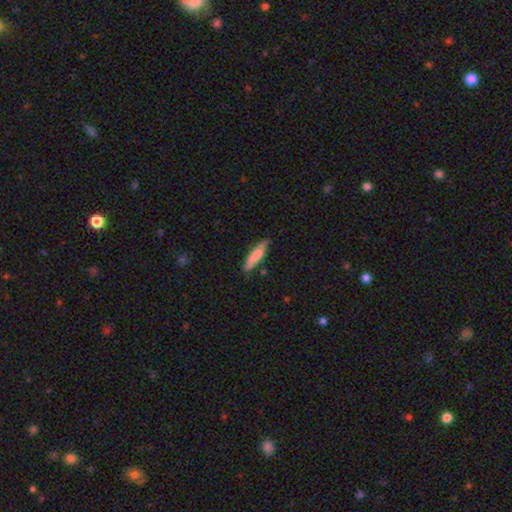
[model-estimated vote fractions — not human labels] This appears to be a smooth galaxy with no disk features (77%) that is cigar-shaped (78%). Merging: none (78%).